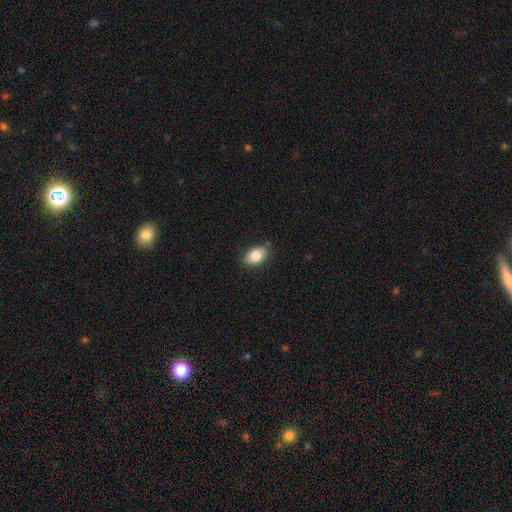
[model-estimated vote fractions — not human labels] smooth 82%, featured or disk 10%, star or artifact 8%. Down the decision tree: how rounded — in between (86%); merging — none (82%).